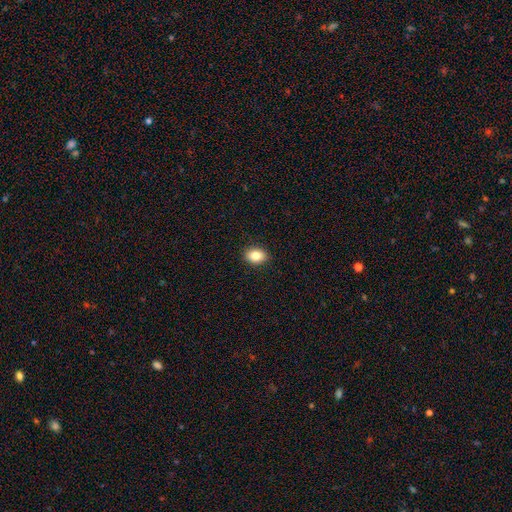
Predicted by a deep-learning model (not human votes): A smooth galaxy with no disk features (83%) that is in between round and cigar-shaped (70%).

Vote fractions:
- Smooth or featured? smooth: 83% / star or artifact: 9% / featured or disk: 8%
- How rounded? in between: 70% / round: 28% / cigar-shaped: 1%
- Merging? none: 90% / minor disturbance: 7% / major disturbance: 2% / merger: 1%